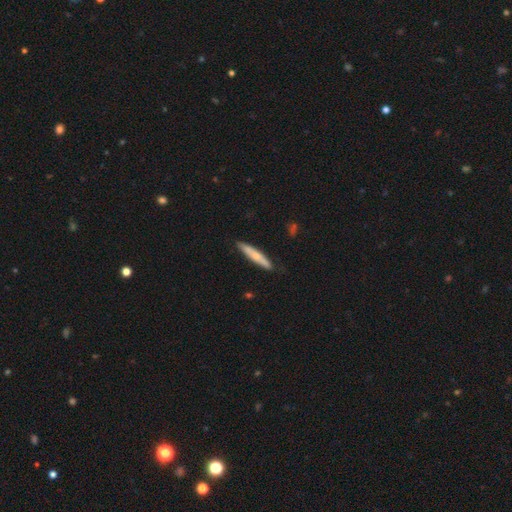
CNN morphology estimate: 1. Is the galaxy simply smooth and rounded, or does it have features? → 57% smooth, 38% featured or disk, 5% star or artifact.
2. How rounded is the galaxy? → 90% cigar-shaped, 9% in between, 2% round.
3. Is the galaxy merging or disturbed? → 86% none, 11% minor disturbance, 2% major disturbance, 1% merger.